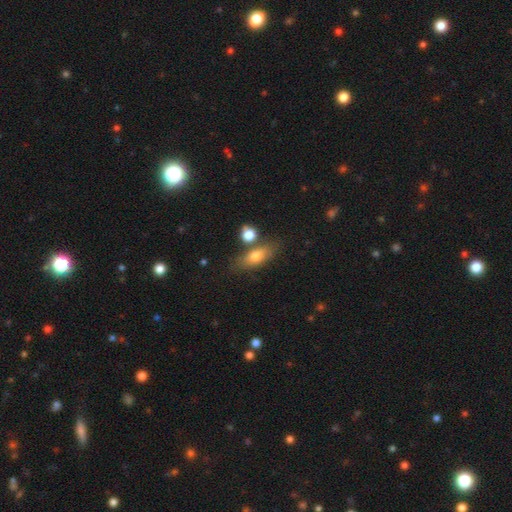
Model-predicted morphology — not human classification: A smooth galaxy with no disk features (72%) that is in between round and cigar-shaped (69%).

Vote fractions:
- Smooth or featured? smooth: 72% / featured or disk: 20% / star or artifact: 8%
- How rounded? in between: 69% / cigar-shaped: 21% / round: 10%
- Merging? none: 64% / merger: 17% / minor disturbance: 14% / major disturbance: 5%